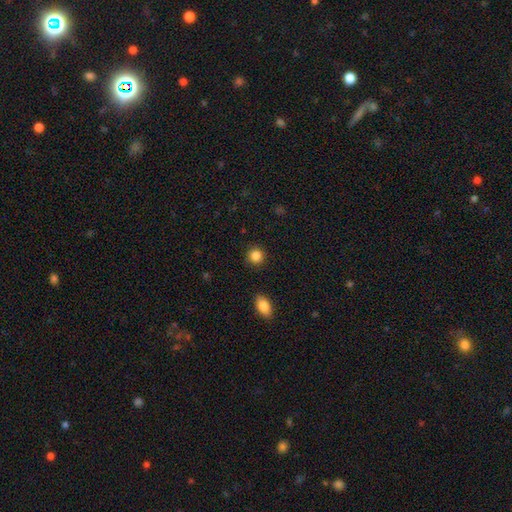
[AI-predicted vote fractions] The model was most divided on "smooth or featured": smooth: 87%, star or artifact: 10%, featured or disk: 4%. More confident: how rounded — round (90%); merging — none (90%).